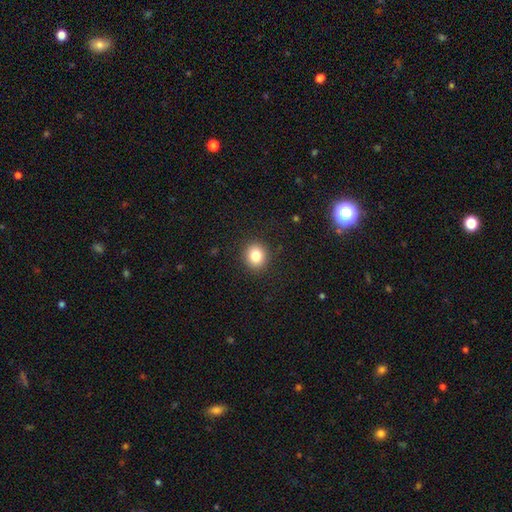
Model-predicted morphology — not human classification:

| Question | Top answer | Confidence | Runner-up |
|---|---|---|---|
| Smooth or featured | smooth | 83% | star or artifact (11%) |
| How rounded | round | 82% | in between (17%) |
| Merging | none | 91% | minor disturbance (6%) |